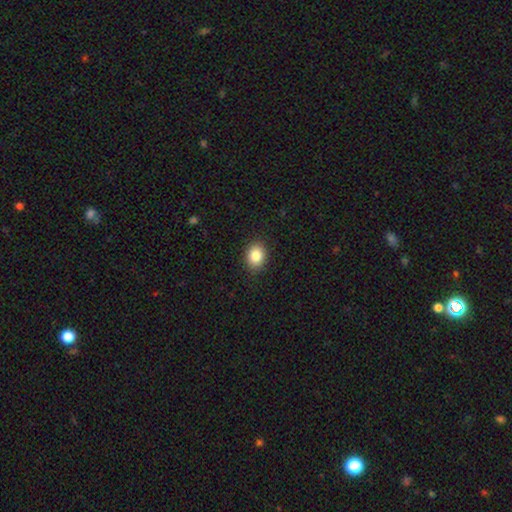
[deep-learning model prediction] Smooth or featured: smooth — 85% (star or artifact — 9%)
How rounded: in between — 55% (round — 44%)
Merging: none — 89% (minor disturbance — 8%)